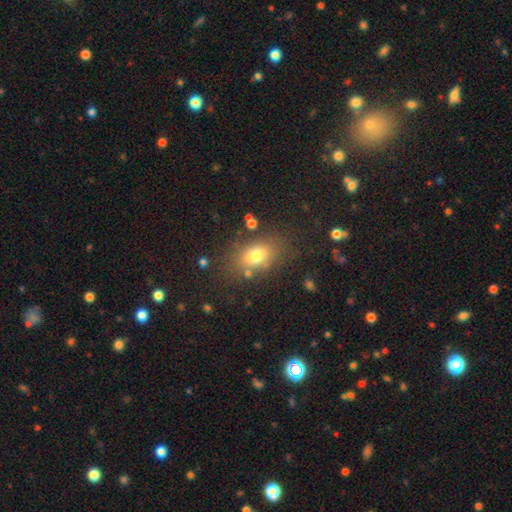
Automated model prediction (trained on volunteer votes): Smooth or featured? smooth (74%)
How rounded? in between (78%)
Merging? none (77%)